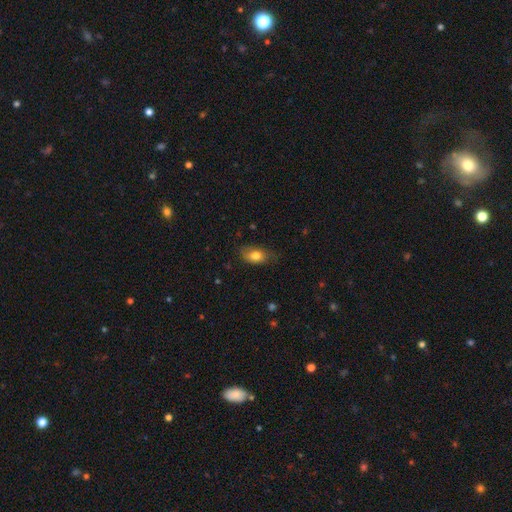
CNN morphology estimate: type=smooth (78%); roundness=in between (85%); merging=none (70%).